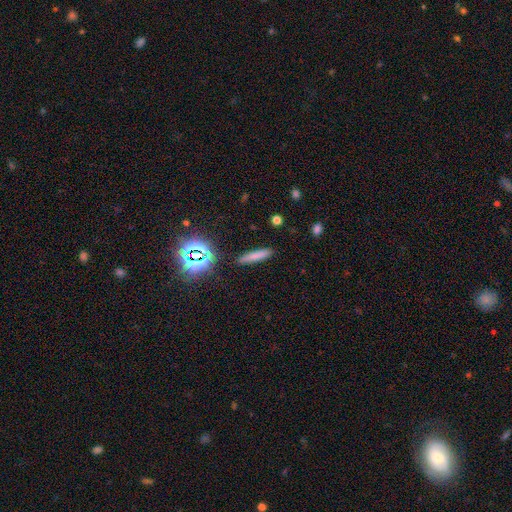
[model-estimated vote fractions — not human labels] A smooth galaxy with no disk features (72%) that is cigar-shaped (87%).

Vote fractions:
- Smooth or featured? smooth: 72% / star or artifact: 15% / featured or disk: 12%
- How rounded? cigar-shaped: 87% / in between: 11% / round: 3%
- Merging? none: 88% / minor disturbance: 8% / major disturbance: 2% / merger: 2%